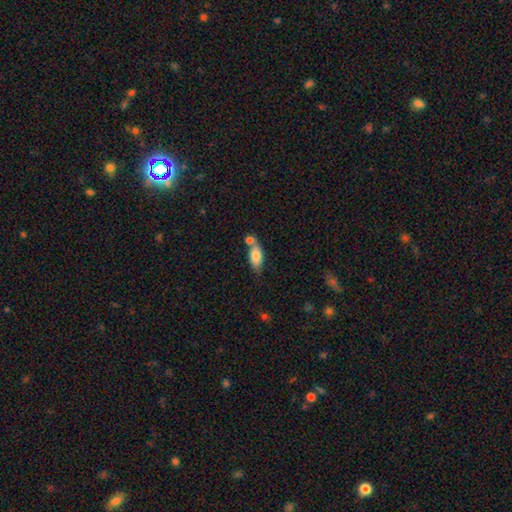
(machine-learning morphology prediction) This appears to be a smooth galaxy with no disk features (77%) that is in between round and cigar-shaped (85%). Merging: none (49%).